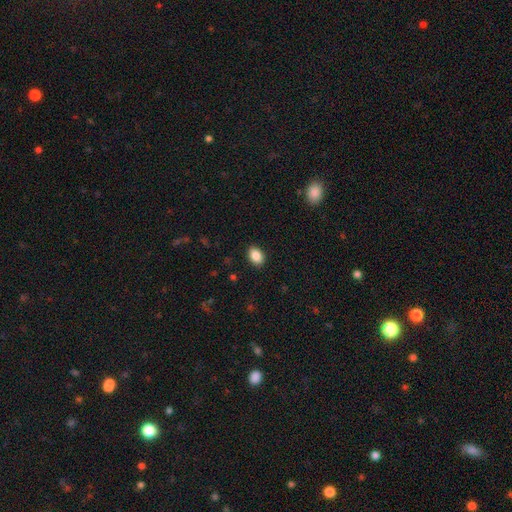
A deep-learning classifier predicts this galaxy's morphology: smooth_or_featured: smooth (p=0.87) [alt: star or artifact p=0.08]
how_rounded: in between (p=0.83) [alt: round p=0.16]
merging: none (p=0.89) [alt: minor disturbance p=0.08]